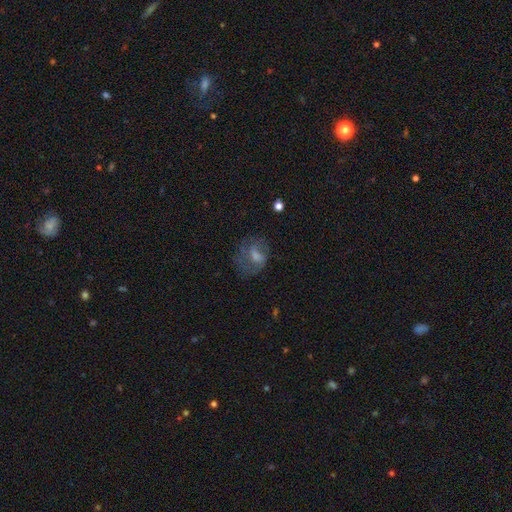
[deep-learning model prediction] Smooth or featured? featured or disk (43%)
Merging? none (55%)